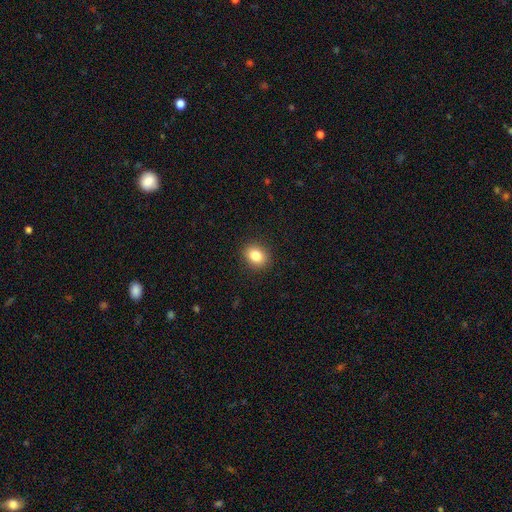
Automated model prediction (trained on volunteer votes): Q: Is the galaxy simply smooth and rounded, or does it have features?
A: smooth — 84%.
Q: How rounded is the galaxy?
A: round — 50%.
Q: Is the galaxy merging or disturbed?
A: none — 90%.